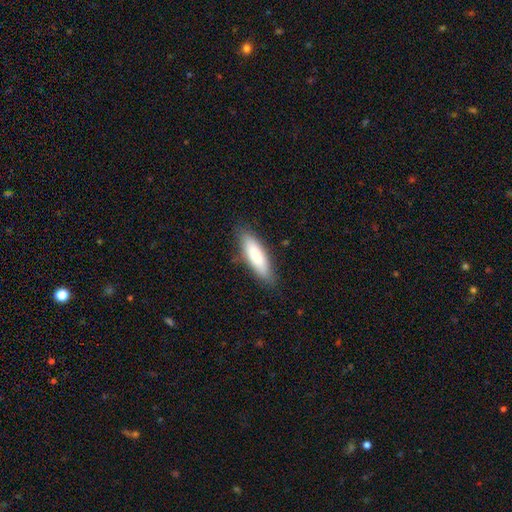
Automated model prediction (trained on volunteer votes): Overall: smooth (80%). How rounded: cigar-shaped (52%; in between 47%). Merging: none (84%).